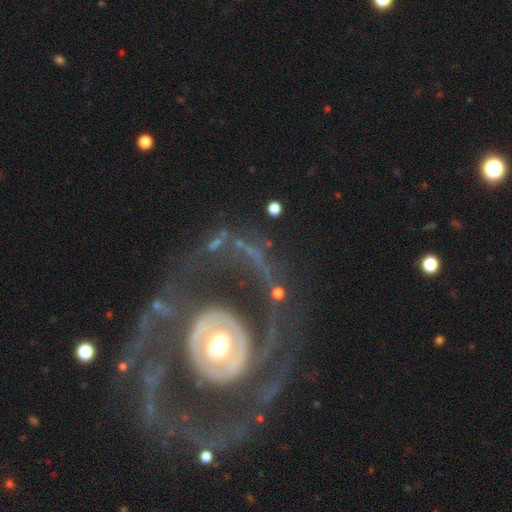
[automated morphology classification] The model was most divided on "merging": none: 41%, major disturbance: 35%, minor disturbance: 14%, merger: 10%. More confident: edge-on disk — no (90%); smooth or featured — featured or disk (71%); spiral arms — yes (61%); bar — no (58%); bulge size — moderate (58%).